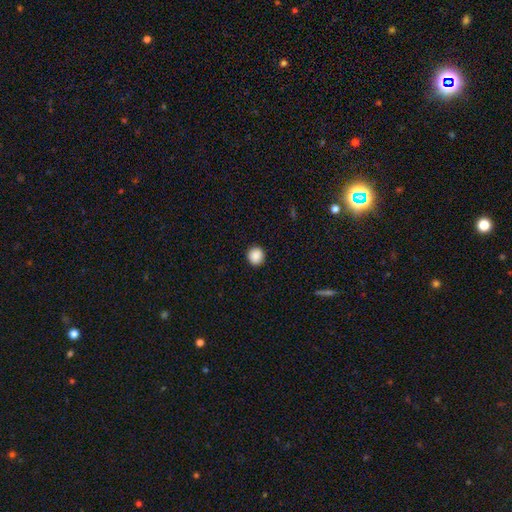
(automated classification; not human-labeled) The model was most divided on "smooth or featured": smooth: 89%, star or artifact: 9%, featured or disk: 2%. More confident: merging — none (92%); how rounded — round (92%).